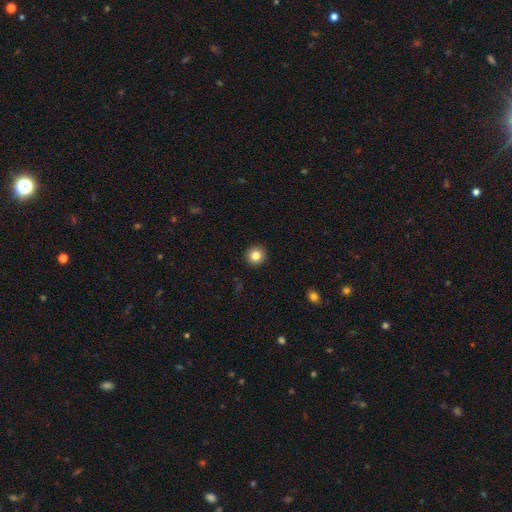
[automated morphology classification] Q: Smooth or featured?
A: smooth (83%); runner-up: star or artifact (10%)
Q: How rounded?
A: round (95%); runner-up: in between (4%)
Q: Merging?
A: none (94%); runner-up: minor disturbance (4%)